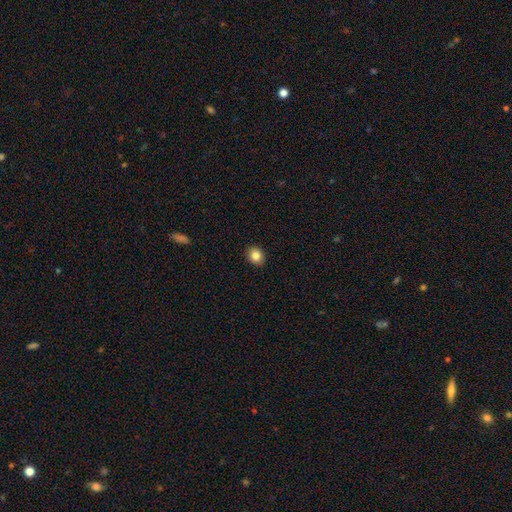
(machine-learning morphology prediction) type=smooth (84%); roundness=round (65%); merging=none (91%).